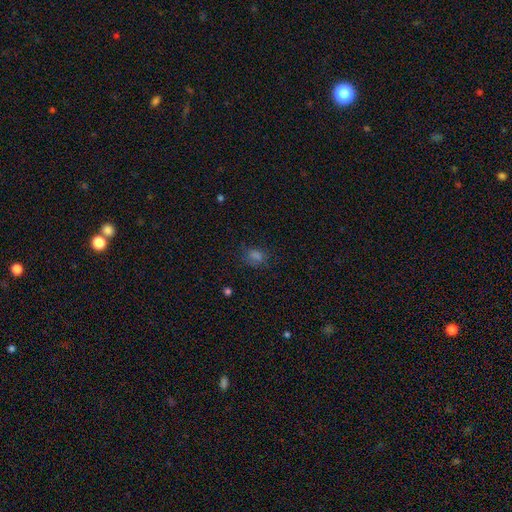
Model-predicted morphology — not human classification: Smooth or featured? Predicted: smooth (p=0.65). How rounded? Predicted: in between (p=0.54). Merging? Predicted: none (p=0.76).